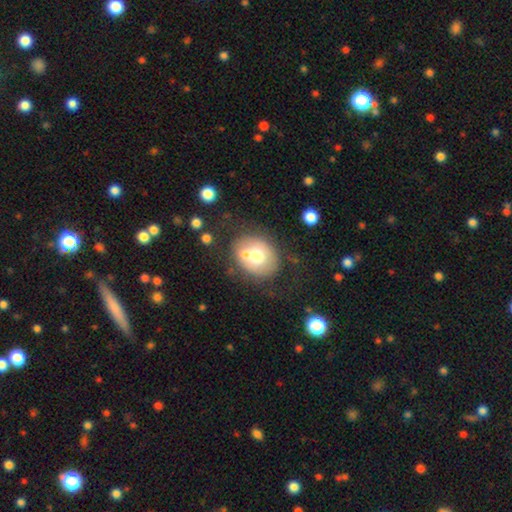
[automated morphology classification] A smooth galaxy with no disk features (61%) that is round (57%). Merging: none (49%).